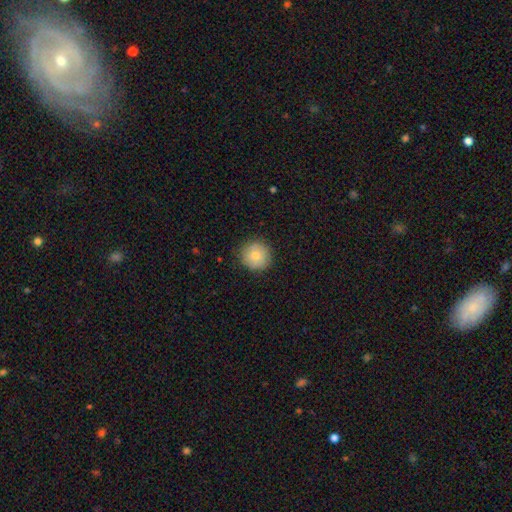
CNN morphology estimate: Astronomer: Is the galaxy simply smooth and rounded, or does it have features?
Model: smooth — 76%.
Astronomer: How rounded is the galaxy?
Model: round — 94%.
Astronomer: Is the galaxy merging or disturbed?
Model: none — 85%.